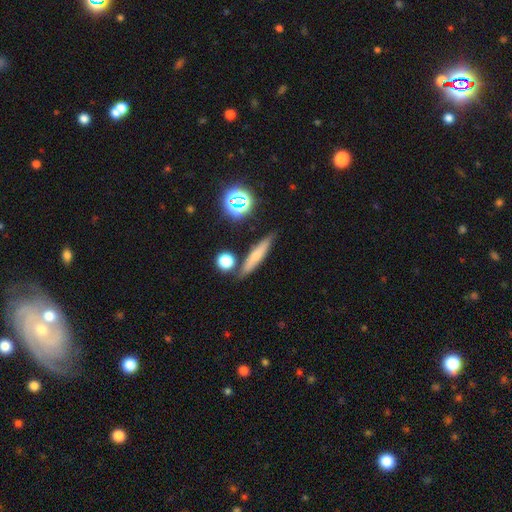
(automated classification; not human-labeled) A smooth galaxy with no disk features (57%) that is cigar-shaped (82%).

Vote fractions:
- Smooth or featured? smooth: 57% / featured or disk: 31% / star or artifact: 12%
- How rounded? cigar-shaped: 82% / in between: 14% / round: 5%
- Merging? none: 80% / minor disturbance: 11% / merger: 6% / major disturbance: 3%